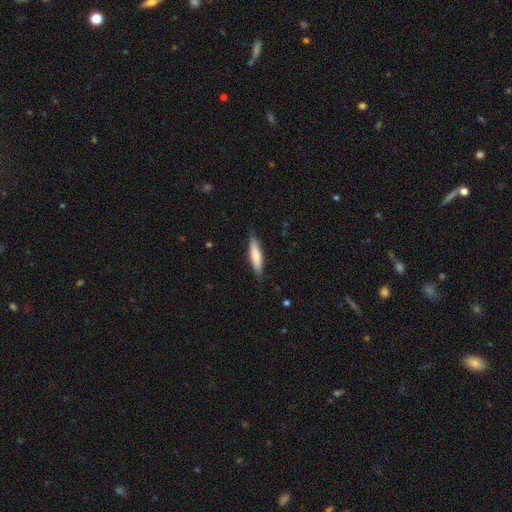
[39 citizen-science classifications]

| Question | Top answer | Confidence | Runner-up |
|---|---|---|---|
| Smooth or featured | smooth | 67% | featured or disk (31%) |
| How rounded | cigar-shaped | 81% | in between (19%) |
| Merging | none | 87% | minor disturbance (11%) |